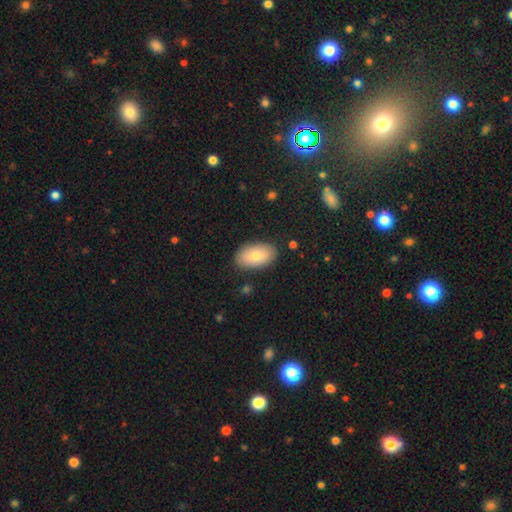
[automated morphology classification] smooth 76%, featured or disk 18%, star or artifact 6%. Down the decision tree: how rounded — in between (94%); merging — none (85%).